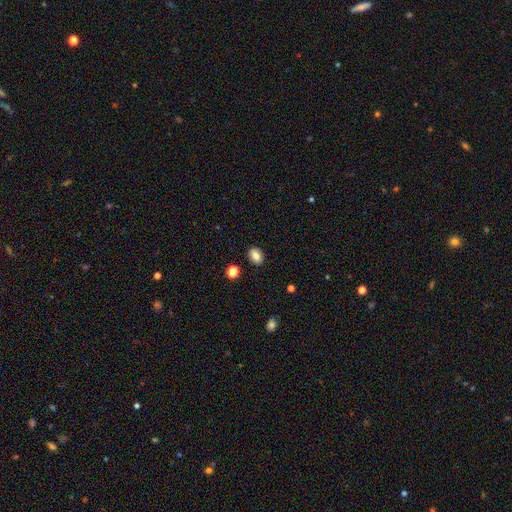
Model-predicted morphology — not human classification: smooth 81%, star or artifact 10%, featured or disk 9%. Down the decision tree: how rounded — in between (71%); merging — none (87%).